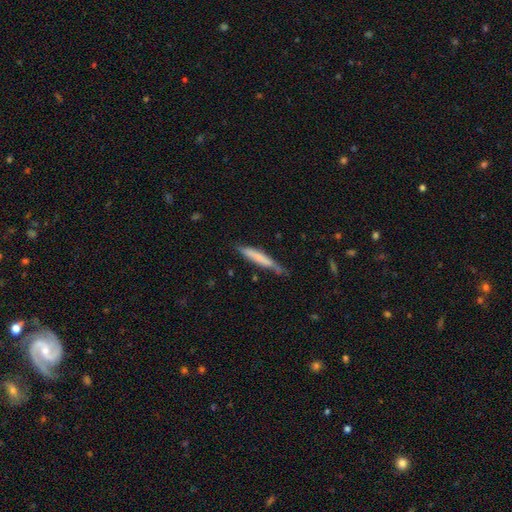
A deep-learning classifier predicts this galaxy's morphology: The model was most divided on "merging": none: 65%, minor disturbance: 27%, major disturbance: 6%, merger: 3%. More confident: how rounded — cigar-shaped (93%); smooth or featured — smooth (67%).